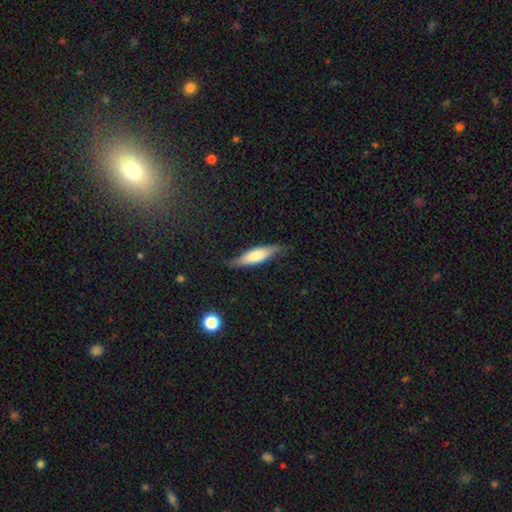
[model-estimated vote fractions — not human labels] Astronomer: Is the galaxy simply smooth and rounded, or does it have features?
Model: smooth — 62%.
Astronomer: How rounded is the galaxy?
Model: cigar-shaped — 58% (runner-up: in between, 40%).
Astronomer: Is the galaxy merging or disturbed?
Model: none — 73%.